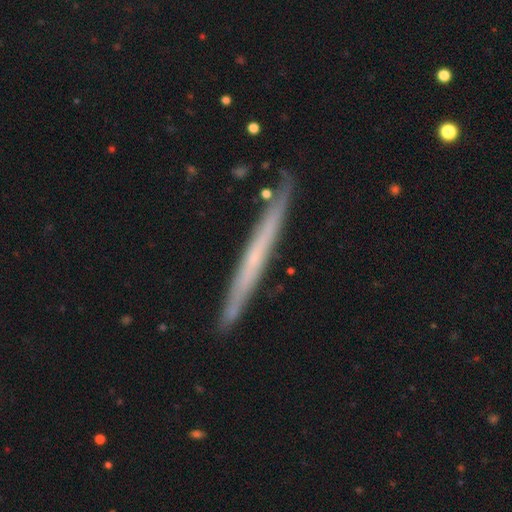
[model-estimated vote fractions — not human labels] Q: Smooth or featured?
A: featured or disk (60%); runner-up: smooth (34%)
Q: Edge-on disk?
A: yes (94%); runner-up: no (6%)
Q: Edge-on bulge?
A: none (86%); runner-up: rounded (10%)
Q: Merging?
A: none (86%); runner-up: minor disturbance (11%)